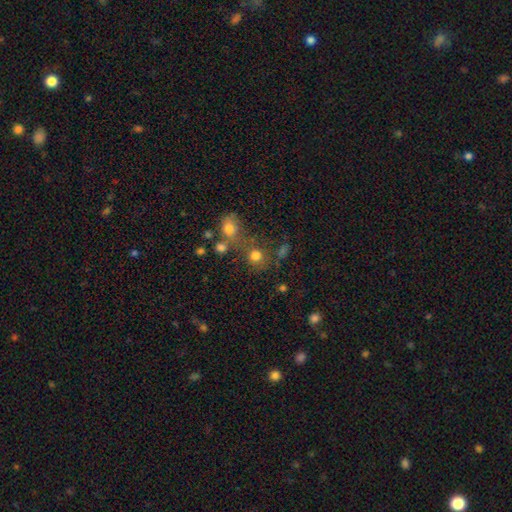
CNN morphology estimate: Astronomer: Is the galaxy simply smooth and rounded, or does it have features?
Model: smooth — 75%.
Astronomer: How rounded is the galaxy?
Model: round — 82%.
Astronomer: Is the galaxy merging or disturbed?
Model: none — 54%.